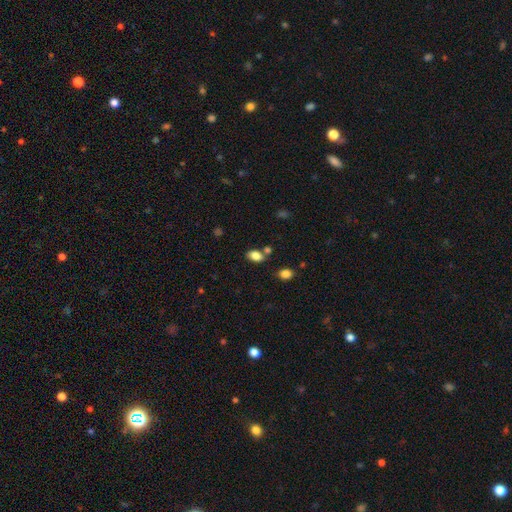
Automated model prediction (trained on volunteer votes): Smooth or featured: smooth — 84% (star or artifact — 9%)
How rounded: in between — 88% (round — 10%)
Merging: none — 67% (merger — 15%)